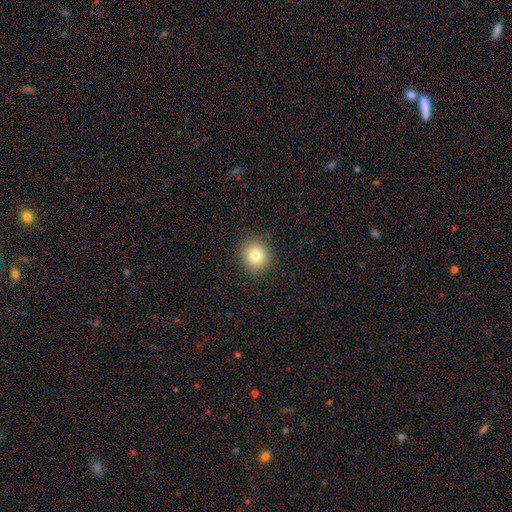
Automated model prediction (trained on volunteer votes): This is likely a smooth galaxy (79%). How rounded: clearly round (84%). Merging: clearly none (89%).